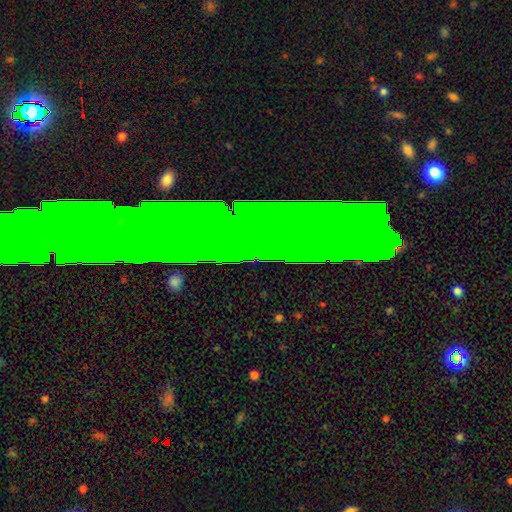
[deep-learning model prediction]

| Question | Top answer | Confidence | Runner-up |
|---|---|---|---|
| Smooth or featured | star or artifact | 76% | featured or disk (13%) |